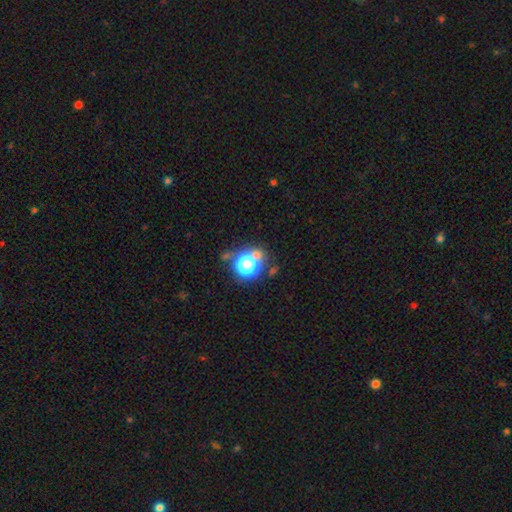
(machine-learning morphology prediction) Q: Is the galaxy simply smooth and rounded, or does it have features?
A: smooth — 52%.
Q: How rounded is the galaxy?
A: round — 80%.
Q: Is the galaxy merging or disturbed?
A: none — 58%.